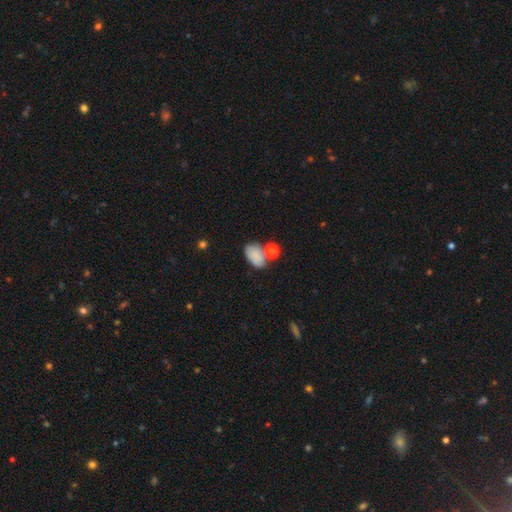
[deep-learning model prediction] Smooth or featured? smooth (81%)
How rounded? in between (88%)
Merging? none (53%)